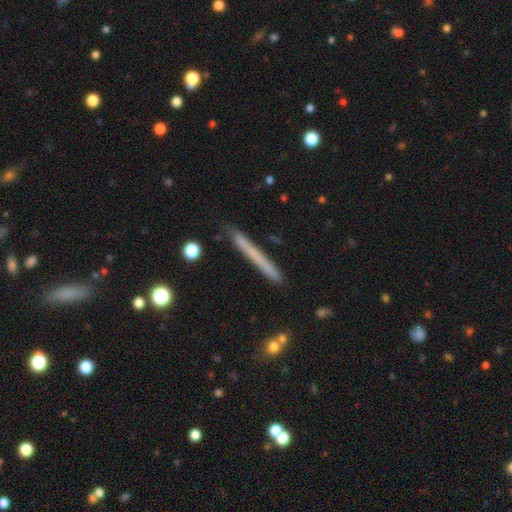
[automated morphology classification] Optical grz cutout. It shows a smooth galaxy with no disk features (59%) that is cigar-shaped (97%). Merging: none (87%).